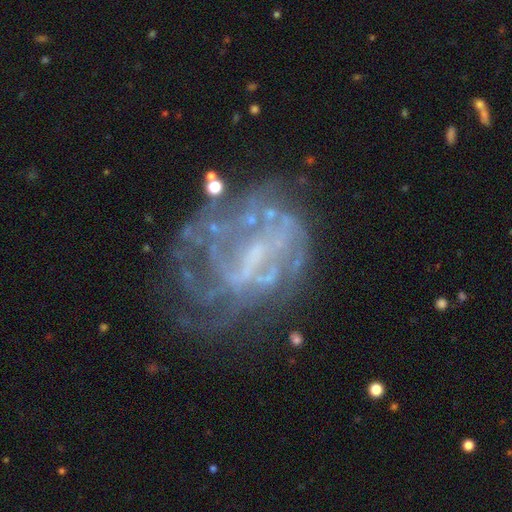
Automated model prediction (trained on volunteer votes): The model was most divided on "bar": weak: 42%, no: 40%, strong: 18%. Remaining: edge-on disk — no (98%); smooth or featured — featured or disk (78%); spiral arms — yes (59%); bulge size — none (51%); merging — none (47%).